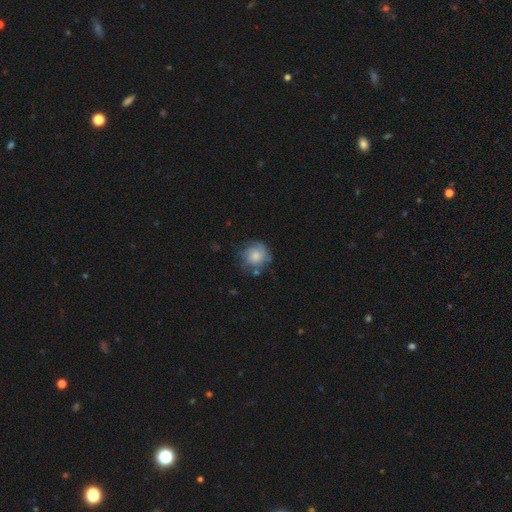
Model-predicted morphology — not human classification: smooth_or_featured: smooth (p=0.72) [alt: featured or disk p=0.20]
how_rounded: round (p=0.85) [alt: in between p=0.14]
merging: none (p=0.59) [alt: minor disturbance p=0.26]